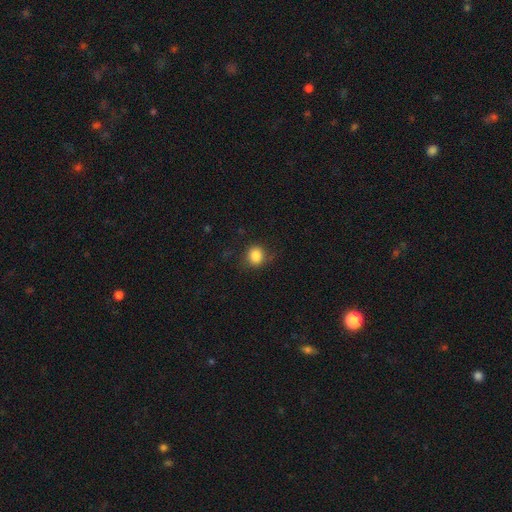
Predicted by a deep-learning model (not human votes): Smooth or featured? smooth (84%)
How rounded? round (81%)
Merging? none (76%)